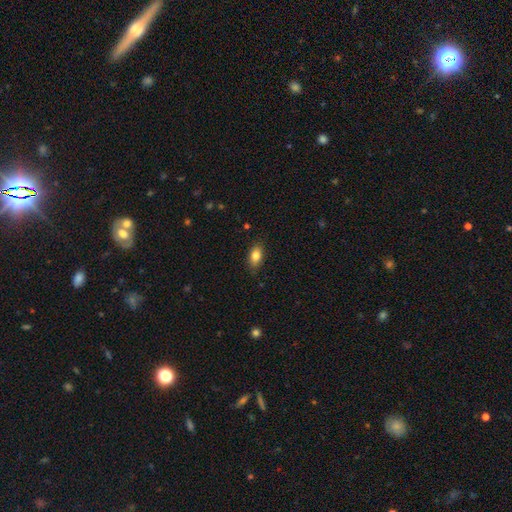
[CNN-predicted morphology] Overall: smooth (83%). How rounded: in between (88%). Merging: none (85%).